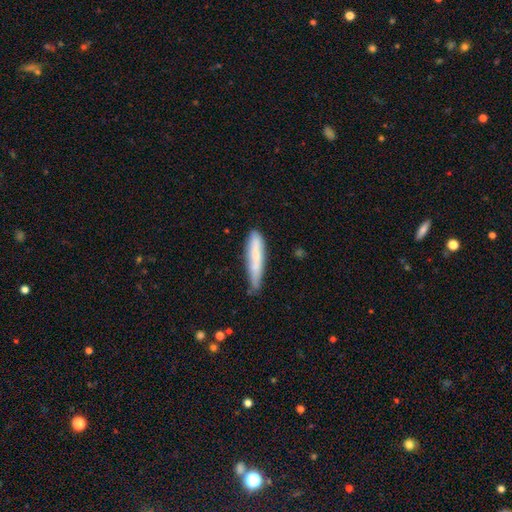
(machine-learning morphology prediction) Smooth or featured? smooth (71%)
How rounded? cigar-shaped (89%)
Merging? none (65%)